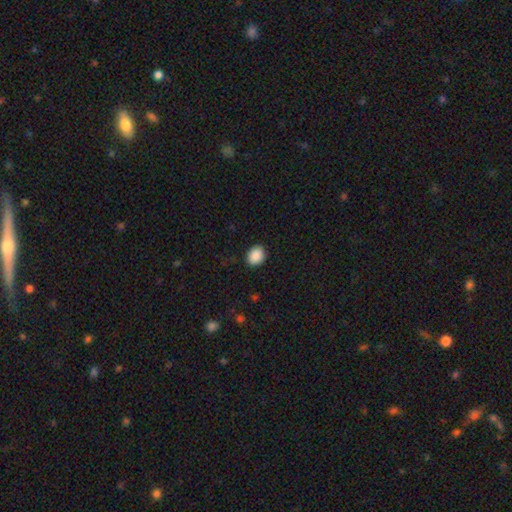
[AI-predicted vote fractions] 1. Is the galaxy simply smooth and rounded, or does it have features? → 90% smooth, 7% star or artifact, 3% featured or disk.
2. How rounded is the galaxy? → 53% in between, 46% round, 1% cigar-shaped.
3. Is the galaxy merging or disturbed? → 88% none, 9% minor disturbance, 2% major disturbance, 1% merger.